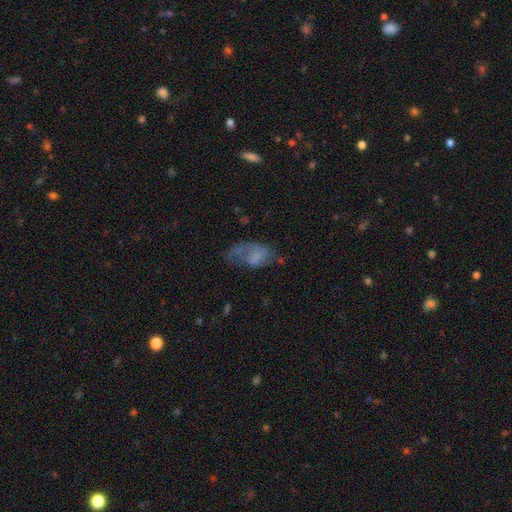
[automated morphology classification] smooth-or-featured: smooth: 47% | featured or disk: 42% | star or artifact: 11%
  merging: major disturbance: 43% | none: 29% | minor disturbance: 24% | merger: 4%